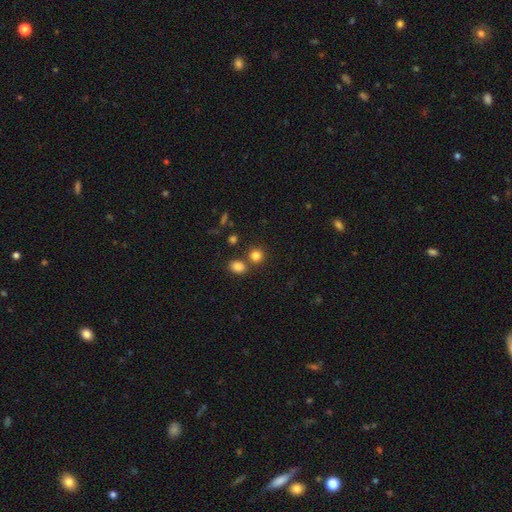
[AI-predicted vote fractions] This appears to be a smooth galaxy with no disk features (82%) that is round (84%). Merging: none (69%).